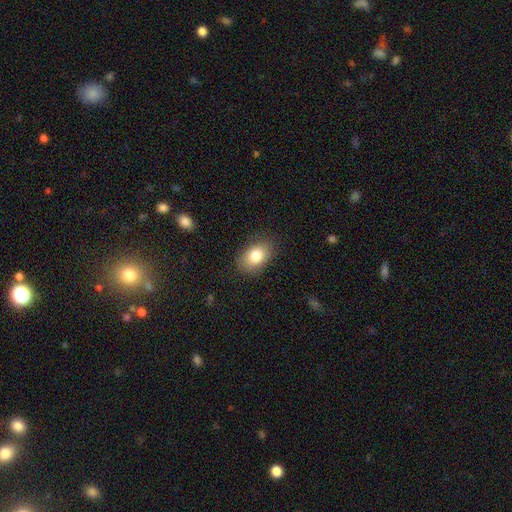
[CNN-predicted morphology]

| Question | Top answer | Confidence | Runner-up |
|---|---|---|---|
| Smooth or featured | smooth | 82% | featured or disk (10%) |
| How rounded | in between | 85% | round (13%) |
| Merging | none | 83% | minor disturbance (12%) |